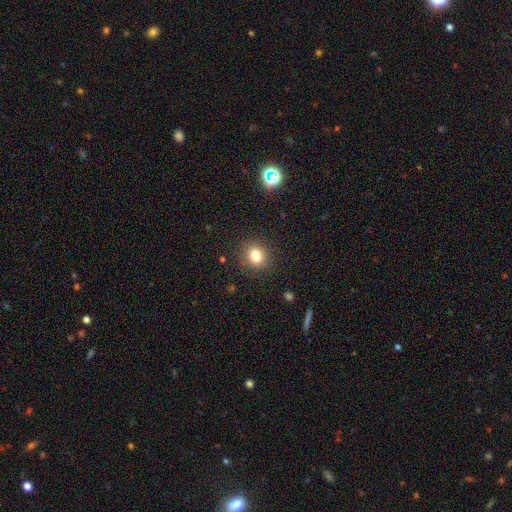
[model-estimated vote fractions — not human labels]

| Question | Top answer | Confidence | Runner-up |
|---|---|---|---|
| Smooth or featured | smooth | 81% | star or artifact (12%) |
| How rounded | round | 67% | in between (32%) |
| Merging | none | 88% | minor disturbance (8%) |